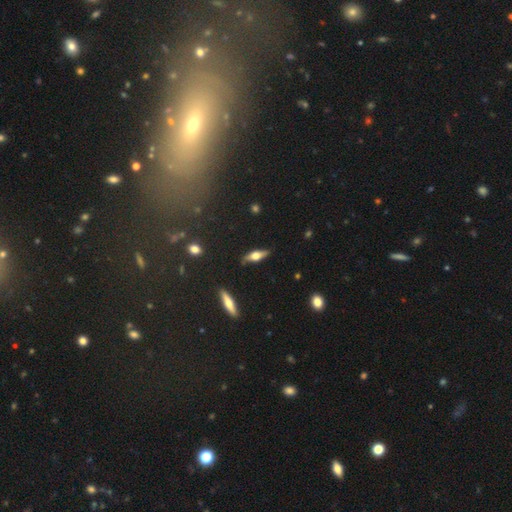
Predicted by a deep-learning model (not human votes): A featured or disk galaxy (52%) viewed edge-on (90%). Merging: none (83%).